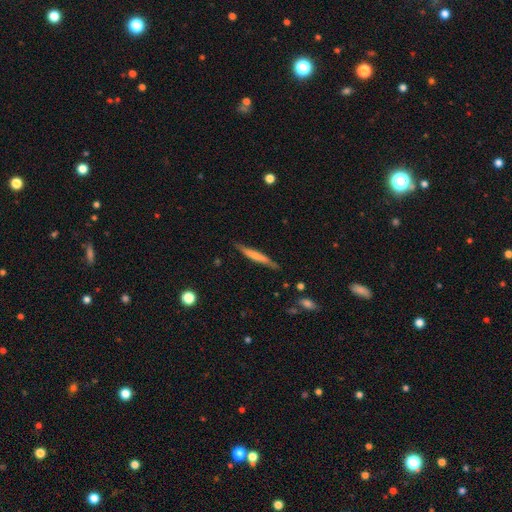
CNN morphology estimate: This is possibly a smooth galaxy (58%). How rounded: clearly cigar-shaped (94%). Merging: clearly none (83%).